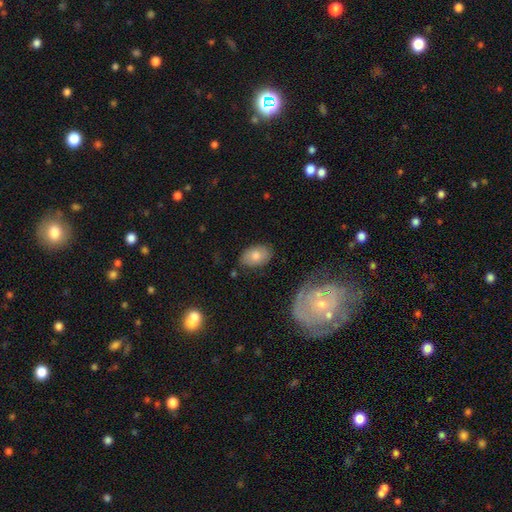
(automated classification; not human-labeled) Q: Smooth or featured?
A: smooth (70%); runner-up: featured or disk (23%)
Q: How rounded?
A: in between (88%); runner-up: round (10%)
Q: Merging?
A: none (79%); runner-up: minor disturbance (14%)